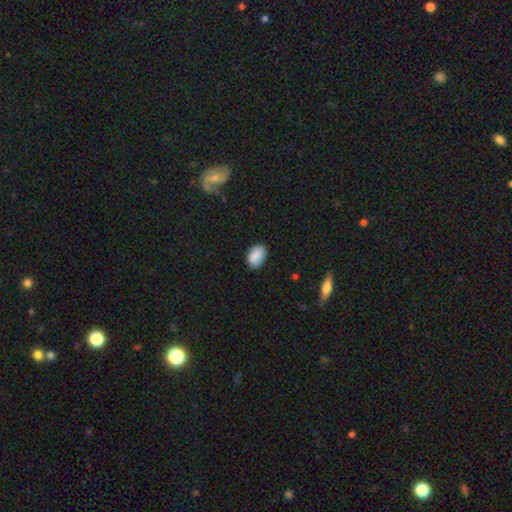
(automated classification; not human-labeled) smooth 88%, star or artifact 7%, featured or disk 5%. Down the decision tree: how rounded — in between (90%); merging — none (85%).